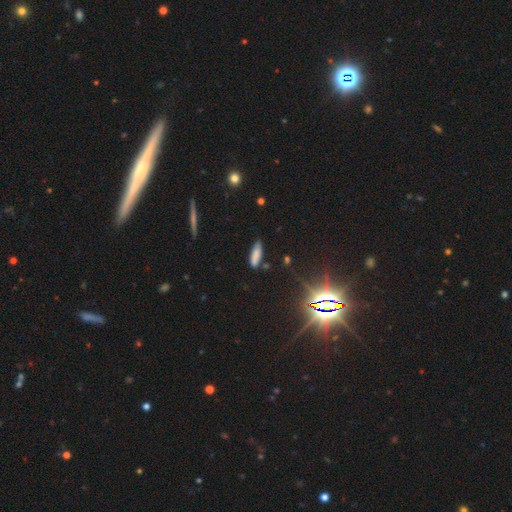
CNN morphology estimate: Smooth or featured: smooth — 79% (star or artifact — 12%)
How rounded: cigar-shaped — 55% (in between — 43%)
Merging: none — 79% (minor disturbance — 16%)